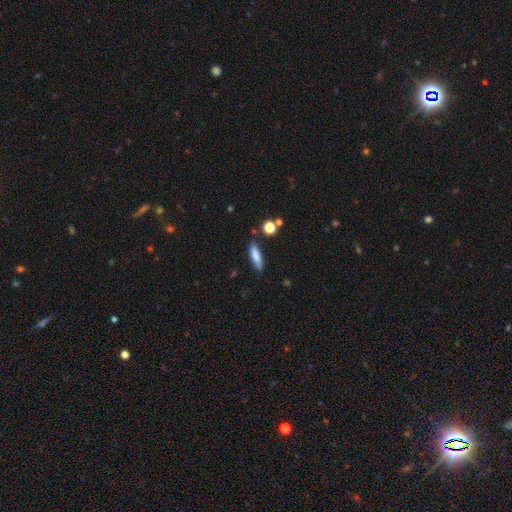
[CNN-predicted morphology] Smooth or featured?
  - smooth: 76% *
  - featured or disk: 16%
  - star or artifact: 8%
How rounded?
  - cigar-shaped: 63% *
  - in between: 34%
  - round: 3%
Merging?
  - none: 80% *
  - minor disturbance: 14%
  - merger: 4%
  - major disturbance: 3%